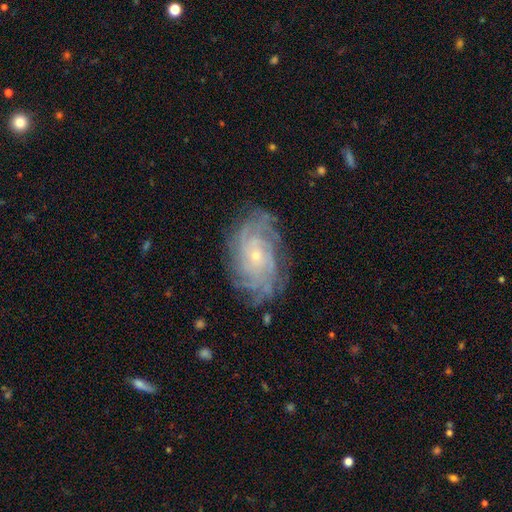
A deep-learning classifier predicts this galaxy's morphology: A featured or disk galaxy (86%) with no bar (78%), tight (73%) spiral arms (96%) and a small central bulge (79%).

Vote fractions:
- Smooth or featured? featured or disk: 86% / smooth: 8% / star or artifact: 7%
- Edge-on disk? no: 96% / yes: 4%
- Bar? no: 78% / weak: 18% / strong: 4%
- Spiral arms? yes: 96% / no: 4%
- Spiral winding? tight: 73% / medium: 22% / loose: 5%
- Spiral arm count? can't tell: 30% / more than 4: 22% / 4: 21% / 3: 10% / 2: 9% / 1: 7%
- Bulge size? small: 79% / moderate: 17% / none: 1% / large: 1% / dominant: 1%
- Merging? none: 80% / minor disturbance: 14% / major disturbance: 5% / merger: 1%